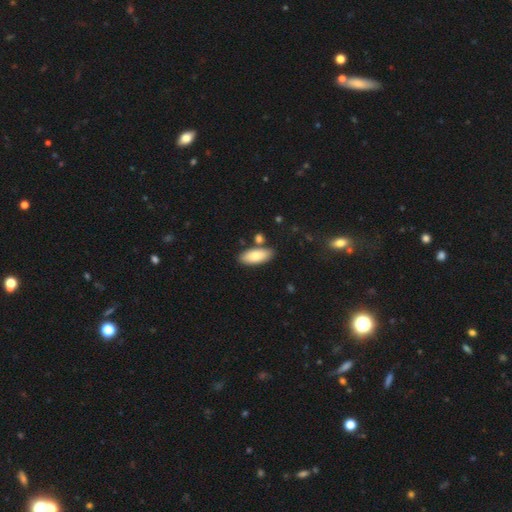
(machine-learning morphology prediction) smooth_or_featured: smooth (p=0.78) [alt: featured or disk p=0.15]
how_rounded: in between (p=0.85) [alt: cigar-shaped p=0.13]
merging: none (p=0.80) [alt: minor disturbance p=0.10]